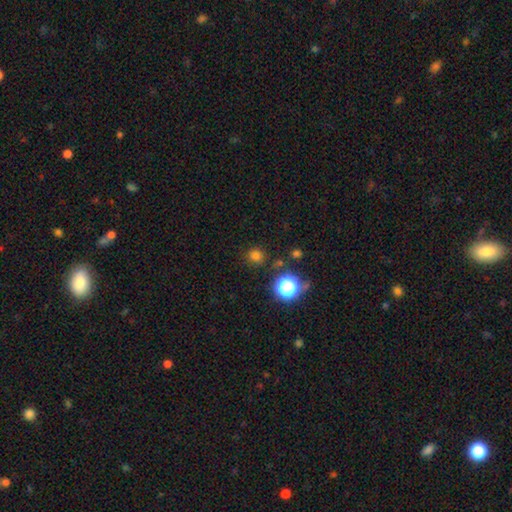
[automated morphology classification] A smooth galaxy with no disk features (74%) that is round (90%).

Vote fractions:
- Smooth or featured? smooth: 74% / star or artifact: 21% / featured or disk: 4%
- How rounded? round: 90% / in between: 9% / cigar-shaped: 1%
- Merging? none: 84% / minor disturbance: 10% / major disturbance: 3% / merger: 3%